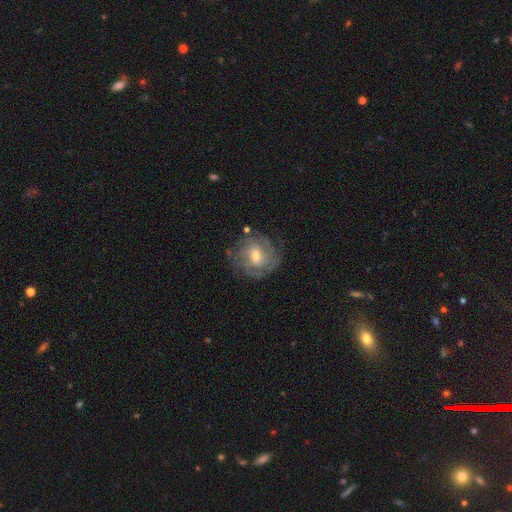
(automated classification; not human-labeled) smooth_or_featured: featured or disk (p=0.68) [alt: smooth p=0.25]
disk_edge_on: no (p=0.97) [alt: yes p=0.03]
bar: no (p=0.52) [alt: weak p=0.40]
has_spiral_arms: yes (p=0.82) [alt: no p=0.18]
spiral_winding: tight (p=0.62) [alt: medium p=0.28]
spiral_arm_count: can't tell (p=0.48) [alt: 2 p=0.19]
bulge_size: moderate (p=0.59) [alt: small p=0.35]
merging: none (p=0.74) [alt: minor disturbance p=0.17]